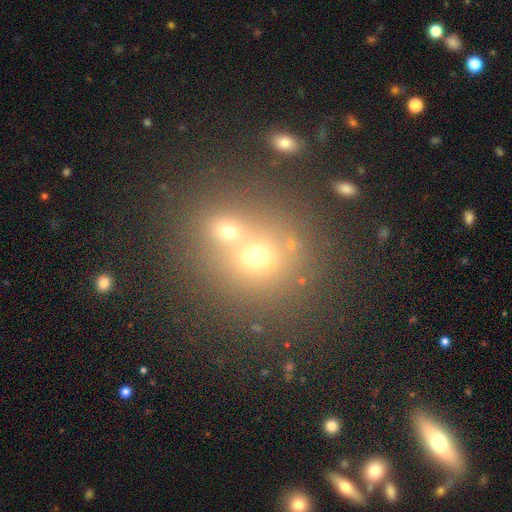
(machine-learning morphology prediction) Smooth or featured?
  - smooth: 56% *
  - star or artifact: 24%
  - featured or disk: 19%
How rounded?
  - round: 79% *
  - in between: 20%
  - cigar-shaped: 1%
Merging?
  - merger: 54% *
  - none: 36%
  - minor disturbance: 6%
  - major disturbance: 3%